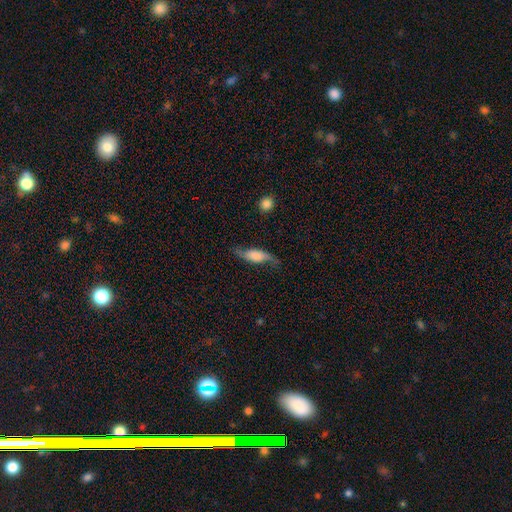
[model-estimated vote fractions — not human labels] This is possibly a featured or disk galaxy (54%). It is likely not viewed edge-on (71%). Merging: likely none (67%).